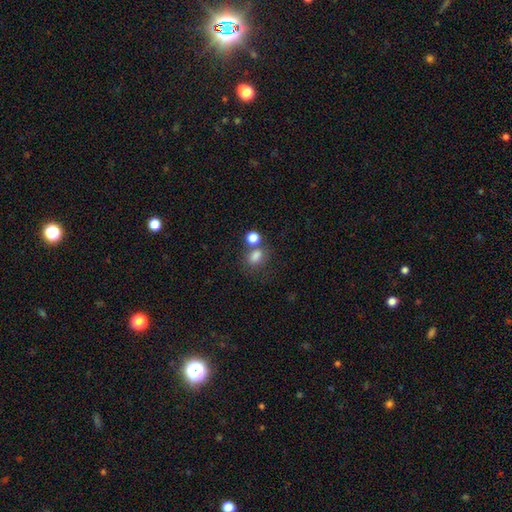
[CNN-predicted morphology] A smooth galaxy with no disk features (79%) that is in between round and cigar-shaped (52%).

Vote fractions:
- Smooth or featured? smooth: 79% / star or artifact: 15% / featured or disk: 7%
- How rounded? in between: 52% / round: 46% / cigar-shaped: 1%
- Merging? none: 54% / merger: 28% / minor disturbance: 13% / major disturbance: 6%